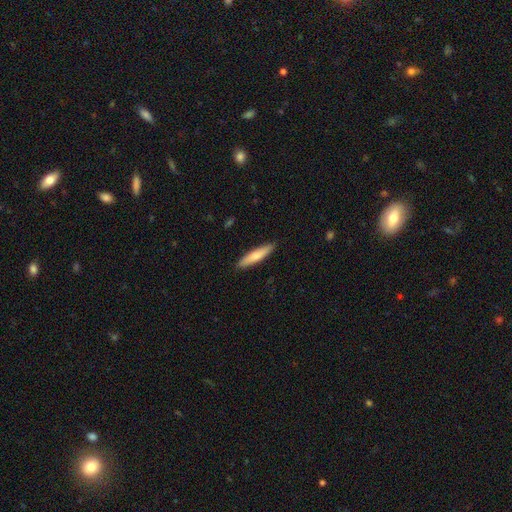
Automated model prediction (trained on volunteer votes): Morphology: type=smooth (72%); roundness=cigar-shaped (85%); merging=none (90%).